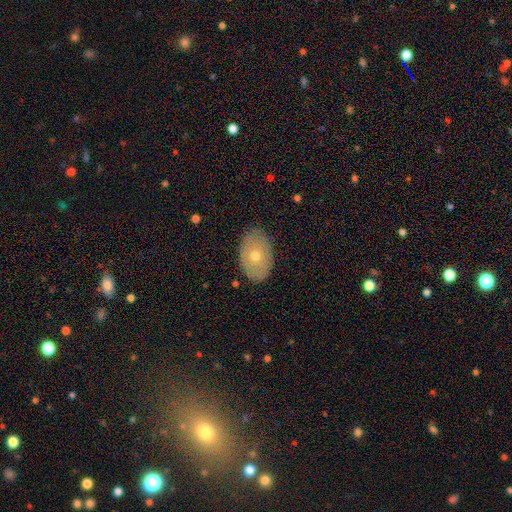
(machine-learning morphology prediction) A smooth galaxy with no disk features (58%) that is in between round and cigar-shaped (85%).

Vote fractions:
- Smooth or featured? smooth: 58% / featured or disk: 34% / star or artifact: 8%
- How rounded? in between: 85% / round: 14% / cigar-shaped: 1%
- Merging? none: 85% / minor disturbance: 12% / major disturbance: 3% / merger: 1%